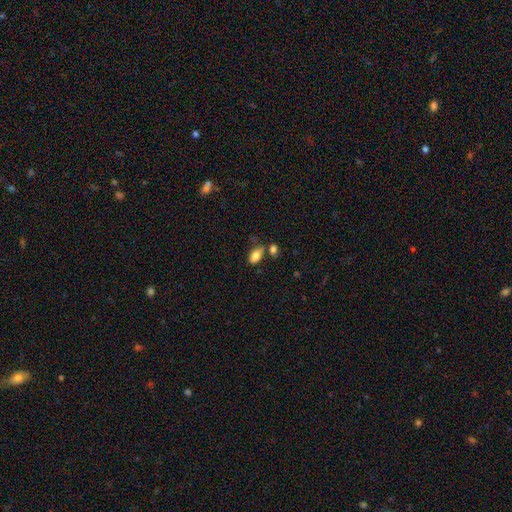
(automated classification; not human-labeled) This appears to be a smooth galaxy with no disk features (81%) that is in between round and cigar-shaped (91%). Merging: none (64%).